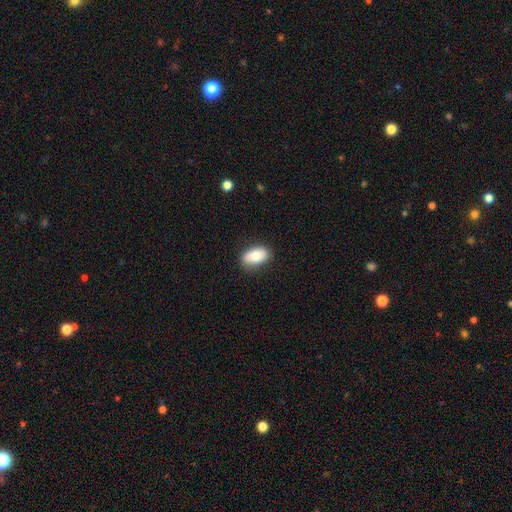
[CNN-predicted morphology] Q: Smooth or featured?
A: smooth (75%); runner-up: featured or disk (18%)
Q: How rounded?
A: in between (90%); runner-up: round (8%)
Q: Merging?
A: none (82%); runner-up: minor disturbance (14%)